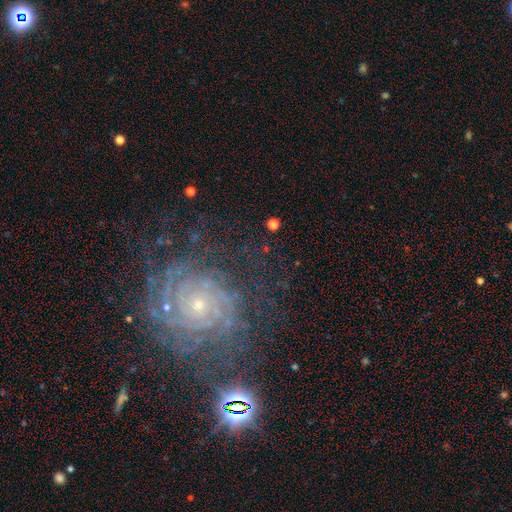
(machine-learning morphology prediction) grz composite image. It shows a featured or disk galaxy (76%) with no bar (78%), tight (81%) spiral arms (95%) and a small central bulge (80%). Merging: none (72%).